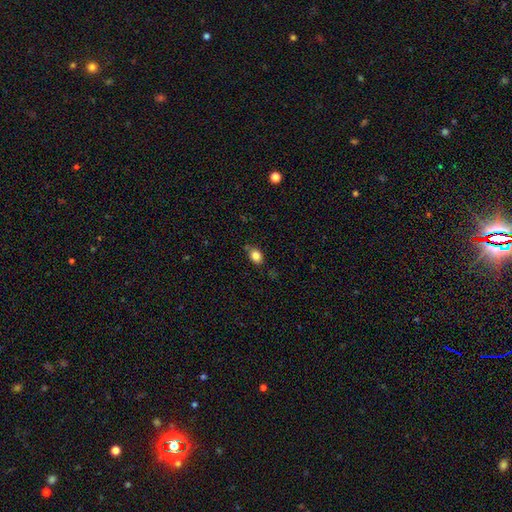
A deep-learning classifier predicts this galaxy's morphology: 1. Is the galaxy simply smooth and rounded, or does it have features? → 84% smooth, 10% star or artifact, 6% featured or disk.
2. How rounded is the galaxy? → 66% in between, 32% round, 2% cigar-shaped.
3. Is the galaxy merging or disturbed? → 71% none, 21% minor disturbance, 4% major disturbance, 4% merger.